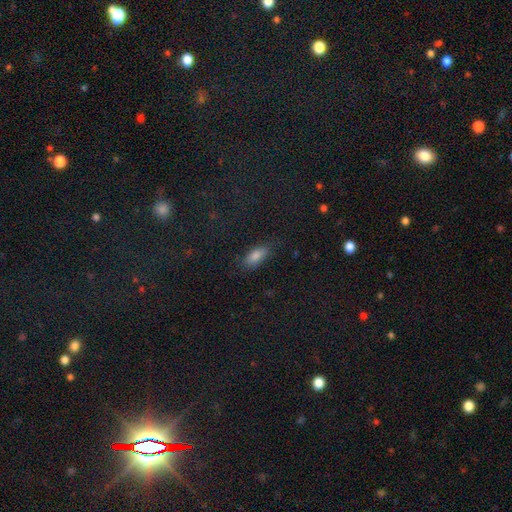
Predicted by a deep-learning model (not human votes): Smooth or featured: smooth — 79% (star or artifact — 12%)
How rounded: in between — 83% (cigar-shaped — 14%)
Merging: none — 79% (minor disturbance — 16%)